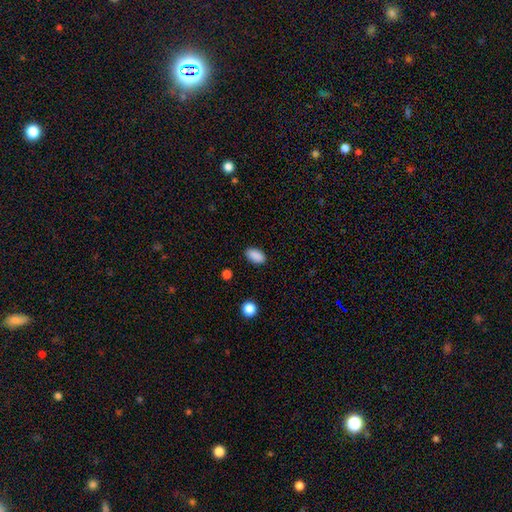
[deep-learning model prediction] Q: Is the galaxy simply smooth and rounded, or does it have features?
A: smooth — 89%.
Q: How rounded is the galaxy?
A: in between — 92%.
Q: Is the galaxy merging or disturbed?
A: none — 87%.